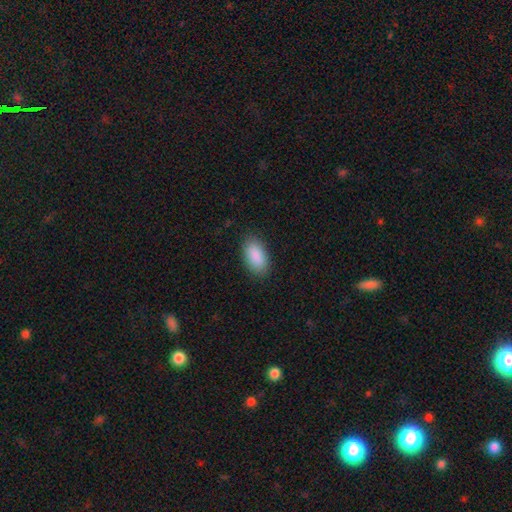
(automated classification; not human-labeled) Smooth or featured: smooth — 90% (star or artifact — 7%)
How rounded: in between — 94% (round — 3%)
Merging: none — 86% (minor disturbance — 10%)